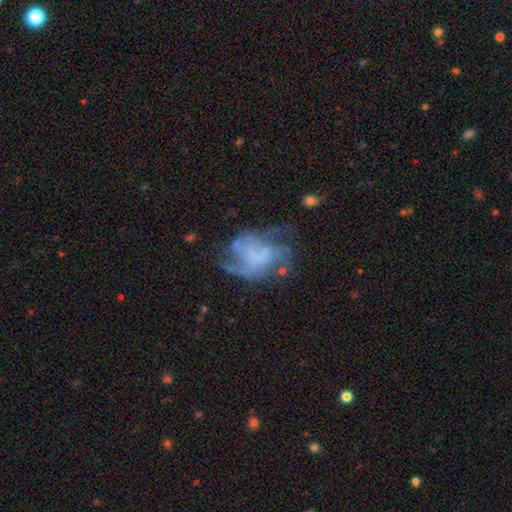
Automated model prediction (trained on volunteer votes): Smooth or featured: featured or disk — 65% (smooth — 23%)
Edge-on disk: no — 98% (yes — 2%)
Bar: no — 73% (weak — 21%)
Spiral arms: yes — 61% (no — 39%)
Bulge size: none — 68% (small — 10%)
Merging: none — 37% (tied with major disturbance — 37%)